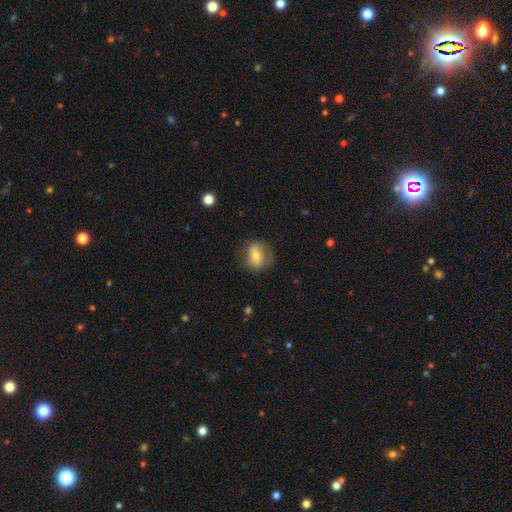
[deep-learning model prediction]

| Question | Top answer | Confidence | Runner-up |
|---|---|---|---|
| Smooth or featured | smooth | 58% | featured or disk (34%) |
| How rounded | round | 50% | in between (48%) |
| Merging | none | 71% | minor disturbance (20%) |